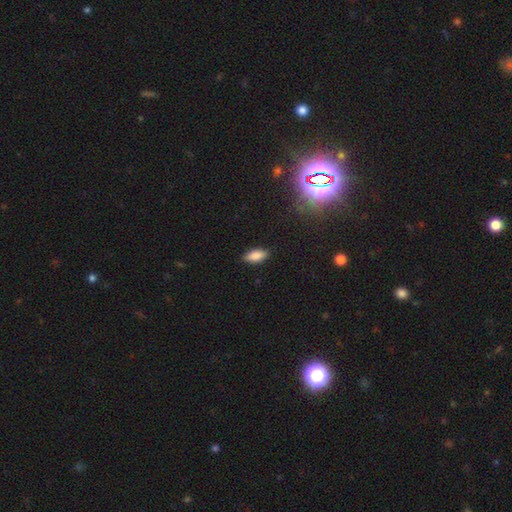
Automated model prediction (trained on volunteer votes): smooth_or_featured: smooth (p=0.83) [alt: featured or disk p=0.09]
how_rounded: in between (p=0.82) [alt: cigar-shaped p=0.16]
merging: none (p=0.87) [alt: minor disturbance p=0.10]